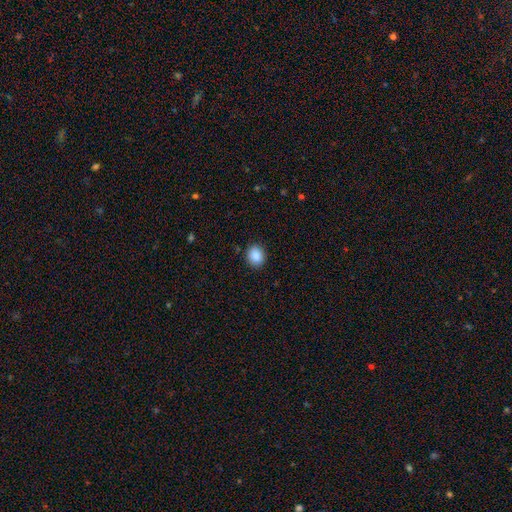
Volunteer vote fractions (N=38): Smooth or featured: smooth — 95% (star or artifact — 5%)
How rounded: round — 69% (in between — 31%)
Merging: none — 92% (minor disturbance — 6%)